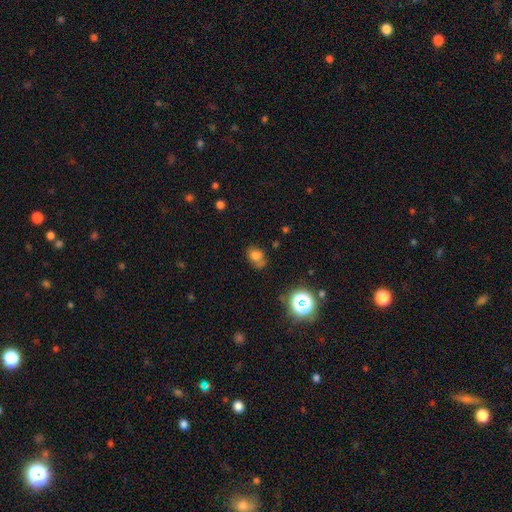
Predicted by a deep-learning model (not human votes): smooth_or_featured: smooth (p=0.69) [alt: star or artifact p=0.19]
how_rounded: in between (p=0.58) [alt: round p=0.41]
merging: none (p=0.56) [alt: minor disturbance p=0.26]